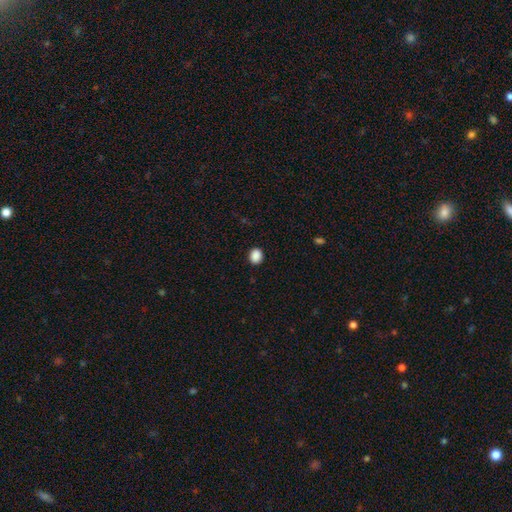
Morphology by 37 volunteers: Q: Smooth or featured?
A: smooth (95%); runner-up: star or artifact (5%)
Q: How rounded?
A: round (63%); runner-up: in between (34%)
Q: Merging?
A: none (91%); runner-up: merger (6%)